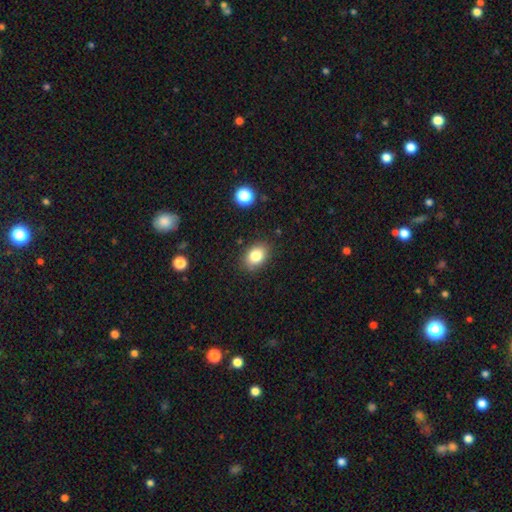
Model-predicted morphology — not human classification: smooth-or-featured: smooth: 82% | star or artifact: 10% | featured or disk: 8%
  how-rounded: in between: 70% | round: 29% | cigar-shaped: 1%
  merging: none: 86% | minor disturbance: 10% | major disturbance: 3% | merger: 1%